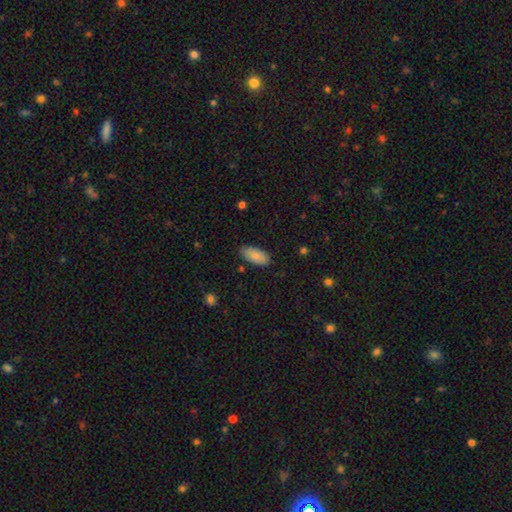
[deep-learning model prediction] Smooth or featured? Predicted: smooth (p=0.86). How rounded? Predicted: in between (p=0.91). Merging? Predicted: none (p=0.83).